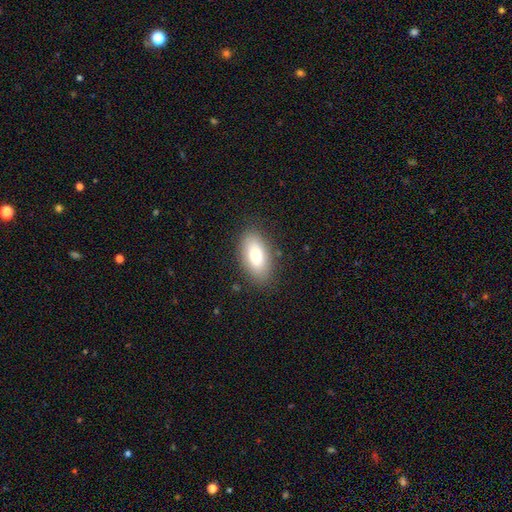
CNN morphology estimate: A smooth galaxy with no disk features (75%) that is in between round and cigar-shaped (91%). Merging: none (85%).